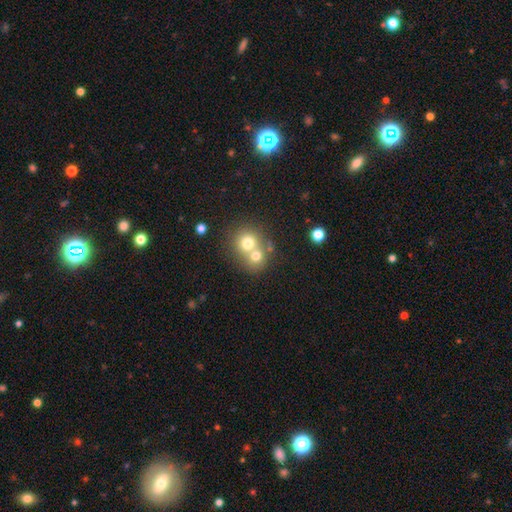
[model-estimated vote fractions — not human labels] smooth 70%, featured or disk 18%, star or artifact 12%. Down the decision tree: how rounded — round (80%); merging — merger (57%).